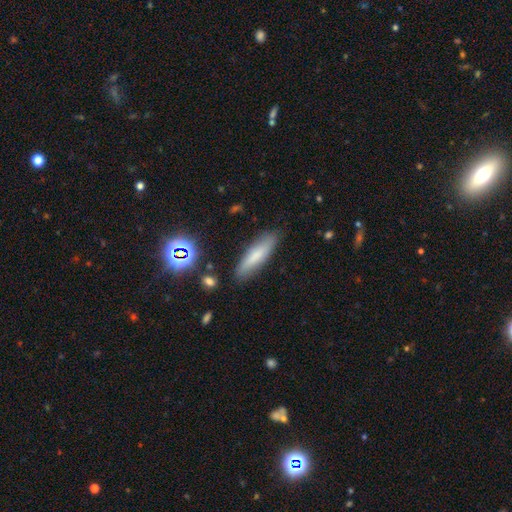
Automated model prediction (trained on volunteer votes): Smooth or featured? Predicted: smooth (p=0.70). How rounded? Predicted: cigar-shaped (p=0.69). Merging? Predicted: none (p=0.83).